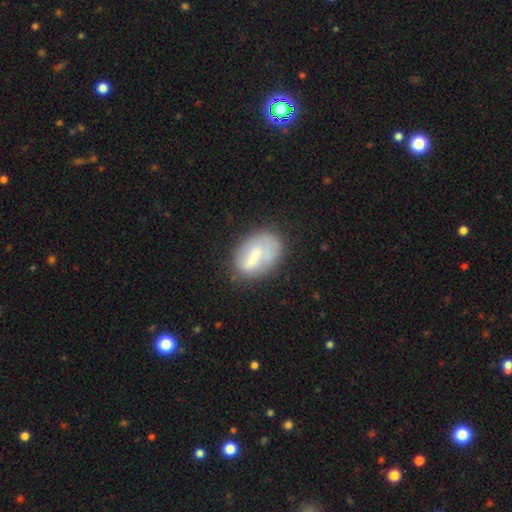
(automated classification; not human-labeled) Smooth or featured? smooth (63%)
How rounded? in between (86%)
Merging? none (59%)